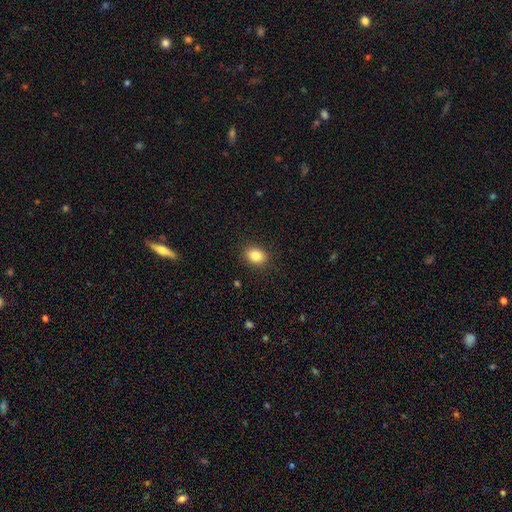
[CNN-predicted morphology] smooth_or_featured: smooth (p=0.85) [alt: star or artifact p=0.10]
how_rounded: in between (p=0.62) [alt: round p=0.37]
merging: none (p=0.89) [alt: minor disturbance p=0.08]